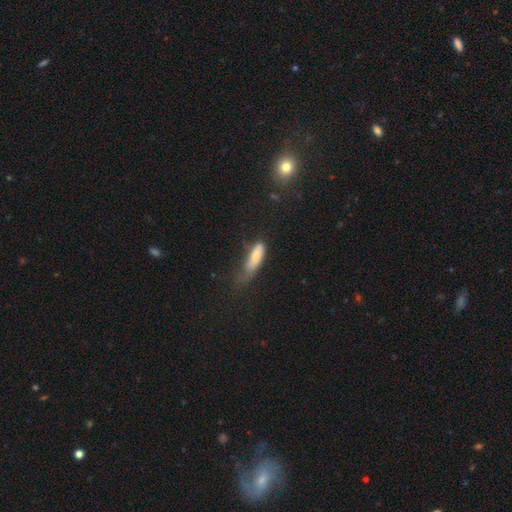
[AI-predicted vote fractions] smooth 74%, featured or disk 18%, star or artifact 8%. Down the decision tree: how rounded — cigar-shaped (50%); merging — major disturbance (36%, tied with minor disturbance).